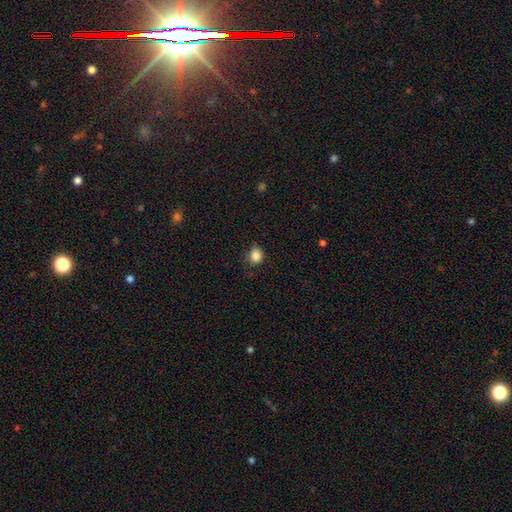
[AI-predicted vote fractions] Morphology: type=smooth (85%); roundness=round (67%); merging=none (66%).